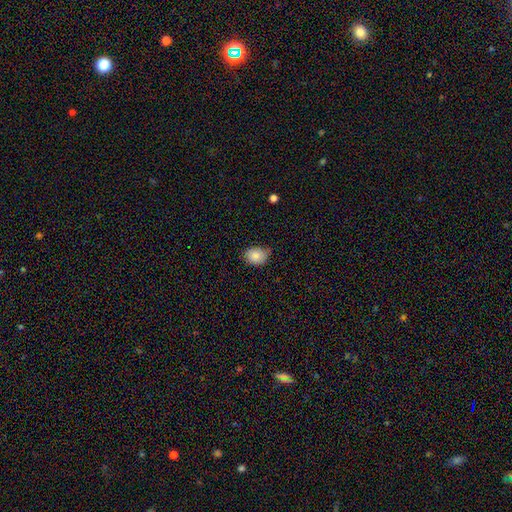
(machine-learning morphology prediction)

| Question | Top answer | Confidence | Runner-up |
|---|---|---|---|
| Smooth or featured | smooth | 84% | star or artifact (8%) |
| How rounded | in between | 58% | round (41%) |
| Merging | none | 62% | minor disturbance (32%) |